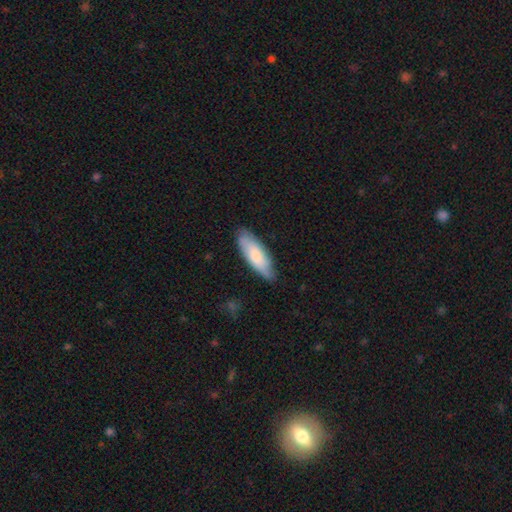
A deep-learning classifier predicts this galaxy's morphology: A smooth galaxy with no disk features (73%) that is in between round and cigar-shaped (60%).

Vote fractions:
- Smooth or featured? smooth: 73% / featured or disk: 21% / star or artifact: 5%
- How rounded? in between: 60% / cigar-shaped: 38% / round: 2%
- Merging? none: 78% / minor disturbance: 18% / major disturbance: 3% / merger: 1%